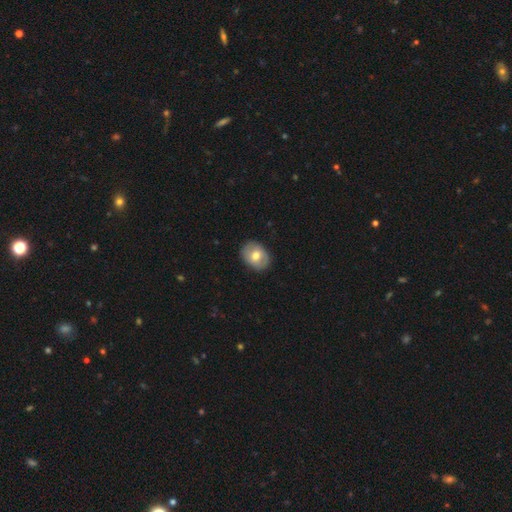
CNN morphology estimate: Smooth or featured: smooth — 66% (featured or disk — 27%)
How rounded: in between — 64% (round — 35%)
Merging: none — 87% (minor disturbance — 10%)